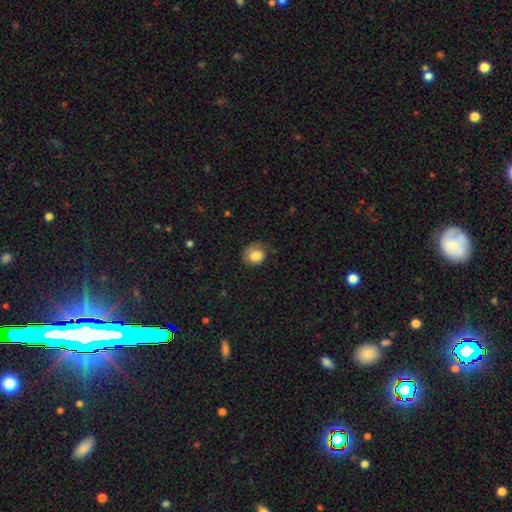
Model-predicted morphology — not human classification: Smooth or featured? Predicted: smooth (p=0.81). How rounded? Predicted: round (p=0.63). Merging? Predicted: none (p=0.55).